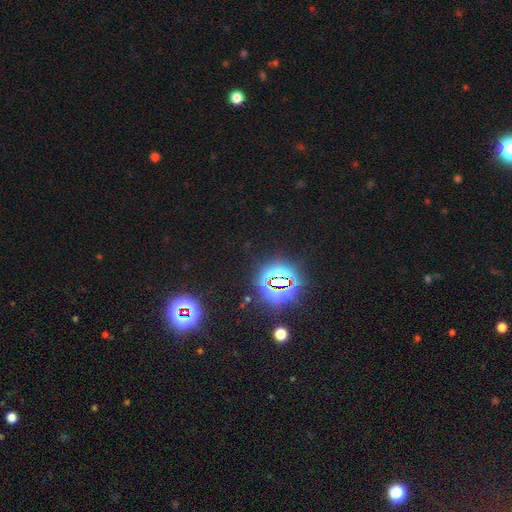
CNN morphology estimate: Smooth or featured? Predicted: star or artifact (p=0.81).